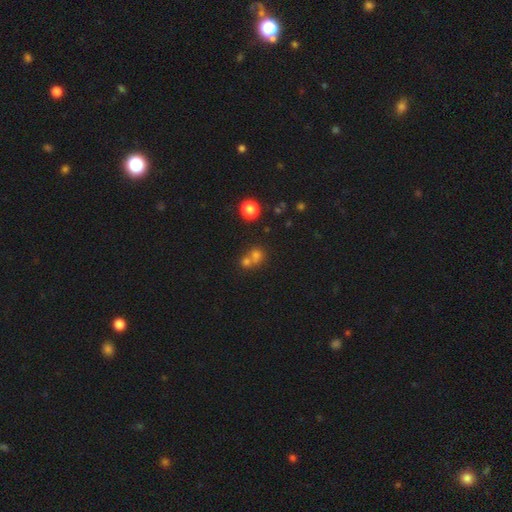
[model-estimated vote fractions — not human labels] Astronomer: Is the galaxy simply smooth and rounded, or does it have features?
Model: smooth — 67%.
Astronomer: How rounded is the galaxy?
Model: round — 79%.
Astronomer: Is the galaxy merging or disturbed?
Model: merger — 53% (runner-up: none, 38%).